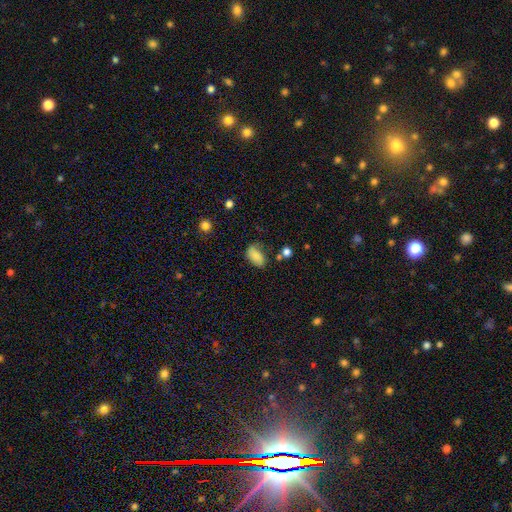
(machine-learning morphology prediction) smooth_or_featured: smooth (p=0.83) [alt: star or artifact p=0.09]
how_rounded: in between (p=0.91) [alt: round p=0.06]
merging: none (p=0.55) [alt: minor disturbance p=0.29]